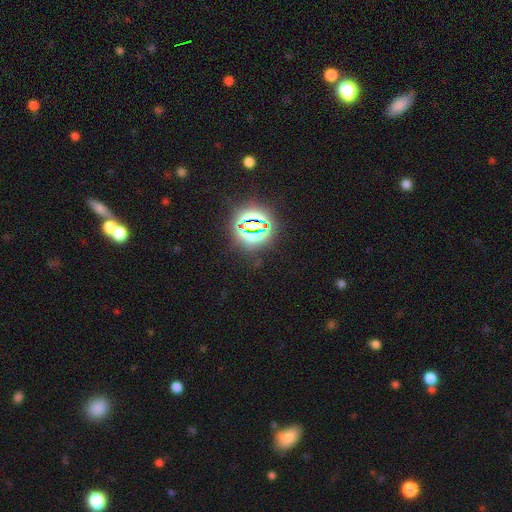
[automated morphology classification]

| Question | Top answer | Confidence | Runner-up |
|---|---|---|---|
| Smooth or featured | star or artifact | 81% | smooth (12%) |